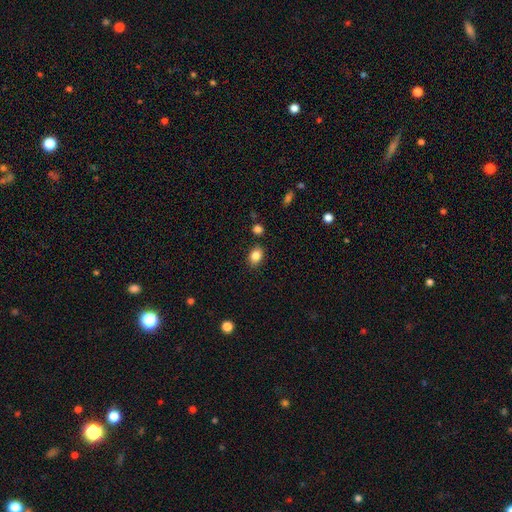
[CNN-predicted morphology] Smooth or featured?
  - smooth: 85% *
  - star or artifact: 10%
  - featured or disk: 6%
How rounded?
  - in between: 68% *
  - round: 31%
  - cigar-shaped: 1%
Merging?
  - none: 84% *
  - minor disturbance: 10%
  - merger: 3%
  - major disturbance: 3%